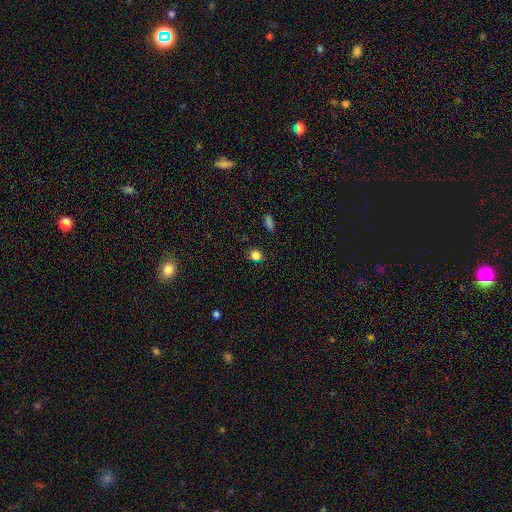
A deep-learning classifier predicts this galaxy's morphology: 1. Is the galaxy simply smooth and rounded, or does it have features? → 81% smooth, 15% star or artifact, 4% featured or disk.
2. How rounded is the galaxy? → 78% round, 21% in between, 1% cigar-shaped.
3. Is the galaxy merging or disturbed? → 88% none, 8% minor disturbance, 2% major disturbance, 2% merger.